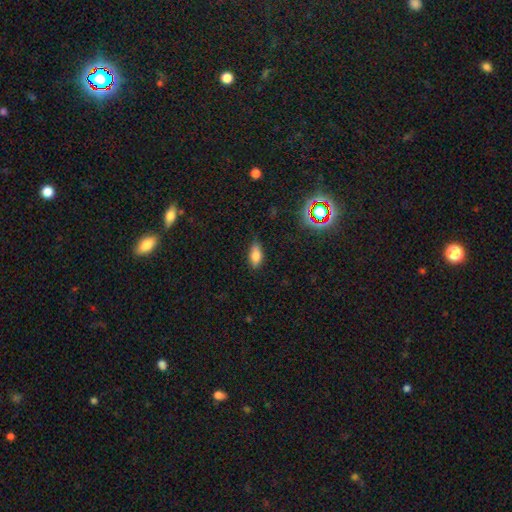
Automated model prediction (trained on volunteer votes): Smooth or featured?
  - smooth: 79% *
  - star or artifact: 11%
  - featured or disk: 10%
How rounded?
  - in between: 87% *
  - cigar-shaped: 9%
  - round: 4%
Merging?
  - none: 74% *
  - minor disturbance: 21%
  - major disturbance: 4%
  - merger: 1%